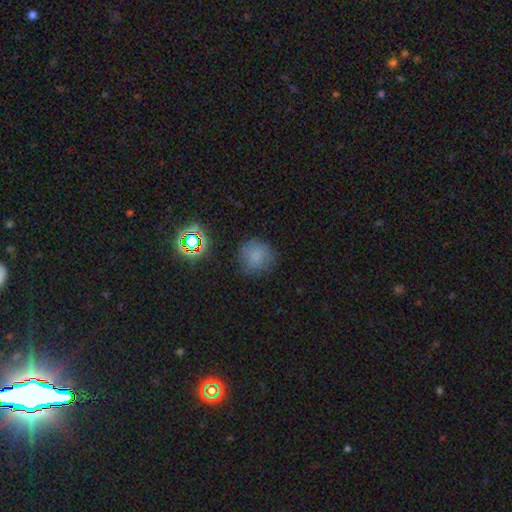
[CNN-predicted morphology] Smooth or featured: smooth — 74% (star or artifact — 18%)
How rounded: round — 91% (in between — 8%)
Merging: none — 82% (minor disturbance — 12%)